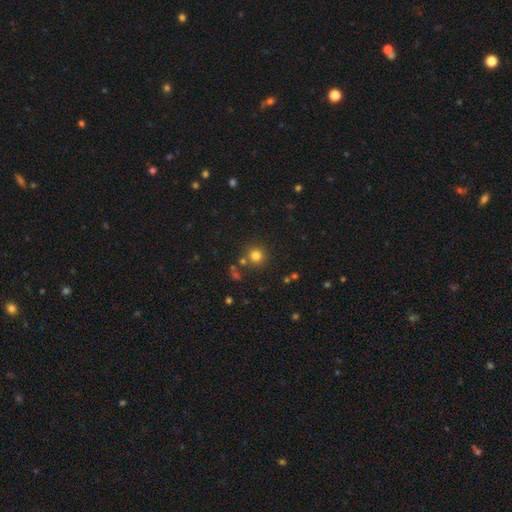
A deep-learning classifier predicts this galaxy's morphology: Overall: smooth (79%). How rounded: round (93%). Merging: none (81%).